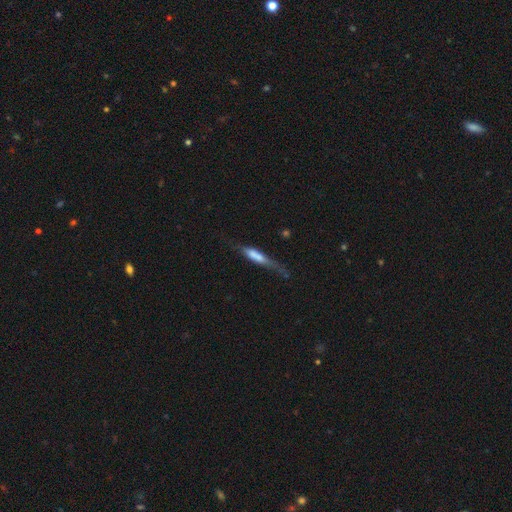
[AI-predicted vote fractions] This is possibly a smooth galaxy (56%). How rounded: clearly cigar-shaped (84%). Merging: possibly none (46%).